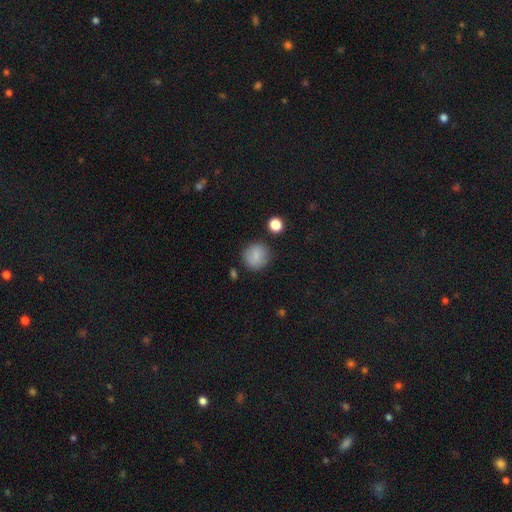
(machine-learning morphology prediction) A smooth galaxy with no disk features (82%) that is round (89%). Merging: none (84%).